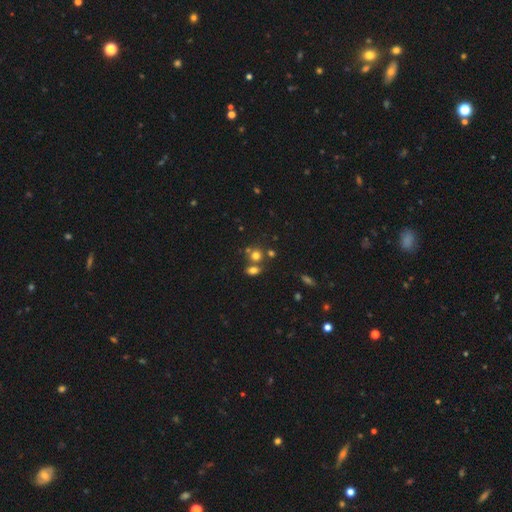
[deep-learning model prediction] A smooth galaxy with no disk features (70%) that is round (74%).

Vote fractions:
- Smooth or featured? smooth: 70% / star or artifact: 19% / featured or disk: 11%
- How rounded? round: 74% / in between: 24% / cigar-shaped: 1%
- Merging? none: 54% / merger: 34% / minor disturbance: 9% / major disturbance: 4%